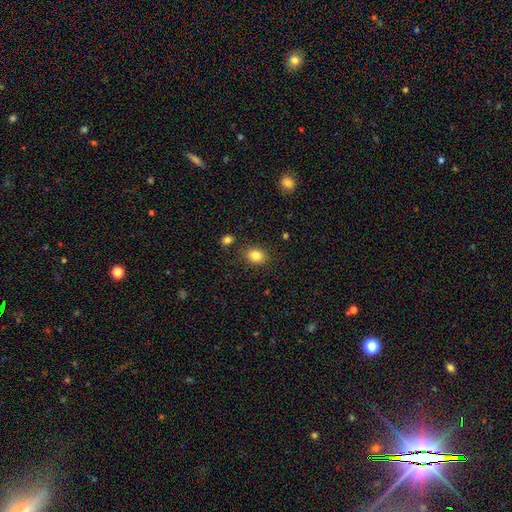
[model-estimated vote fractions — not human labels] A smooth galaxy with no disk features (84%) that is in between round and cigar-shaped (51%). Merging: none (84%).